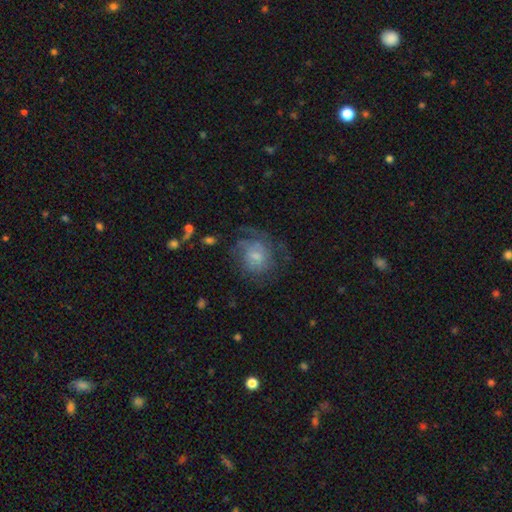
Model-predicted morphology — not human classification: Smooth or featured?
  - featured or disk: 54% *
  - smooth: 36%
  - star or artifact: 10%
Edge-on disk?
  - no: 97% *
  - yes: 3%
Bar?
  - no: 61% *
  - weak: 34%
  - strong: 5%
Spiral arms?
  - yes: 72% *
  - no: 28%
Bulge size?
  - small: 45% *
  - moderate: 38%
  - none: 10%
  - large: 6%
  - dominant: 2%
Merging?
  - none: 50% *
  - major disturbance: 26%
  - minor disturbance: 22%
  - merger: 2%